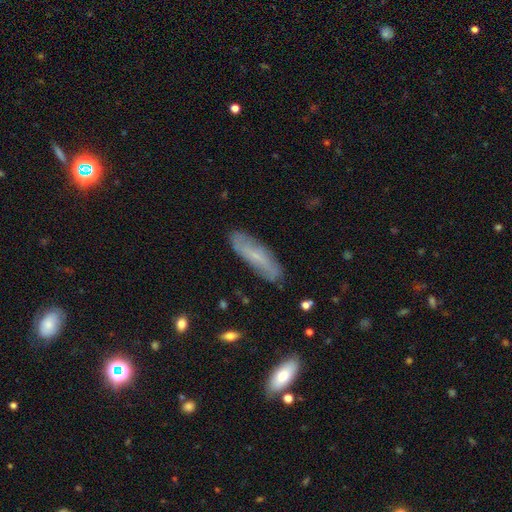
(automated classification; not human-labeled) Overall: smooth (48%; featured or disk 44%). Merging: none (82%).